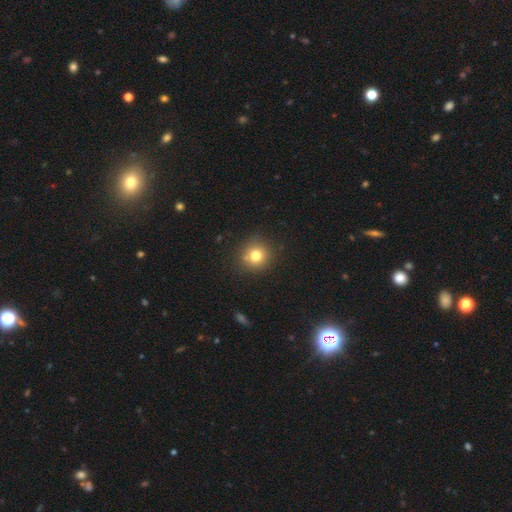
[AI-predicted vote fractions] smooth-or-featured: smooth: 77% | star or artifact: 13% | featured or disk: 9%
  how-rounded: round: 90% | in between: 9% | cigar-shaped: 1%
  merging: none: 82% | minor disturbance: 11% | merger: 4% | major disturbance: 3%